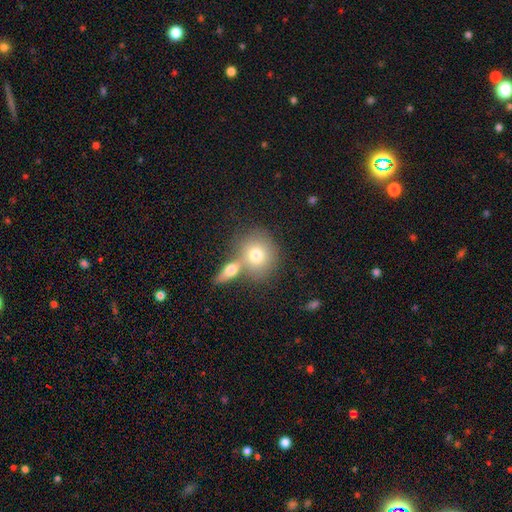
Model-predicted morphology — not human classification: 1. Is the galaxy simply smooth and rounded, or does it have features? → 73% smooth, 18% featured or disk, 9% star or artifact.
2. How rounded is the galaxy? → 76% round, 22% in between, 2% cigar-shaped.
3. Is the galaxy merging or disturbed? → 49% none, 38% merger, 10% minor disturbance, 4% major disturbance.